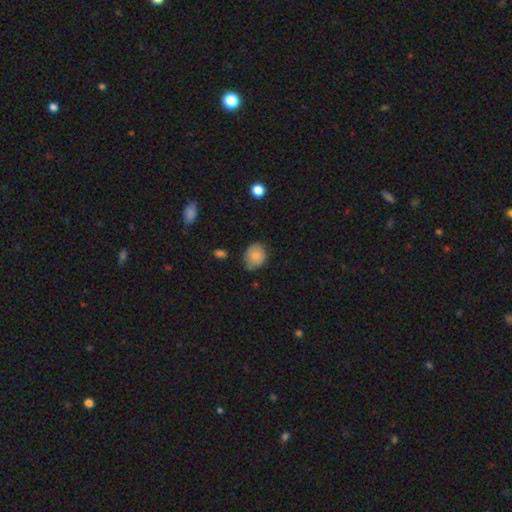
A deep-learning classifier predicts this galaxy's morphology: The model was most divided on "how rounded": round: 54%, in between: 45%, cigar-shaped: 1%. More confident: smooth or featured — smooth (82%); merging — none (71%).